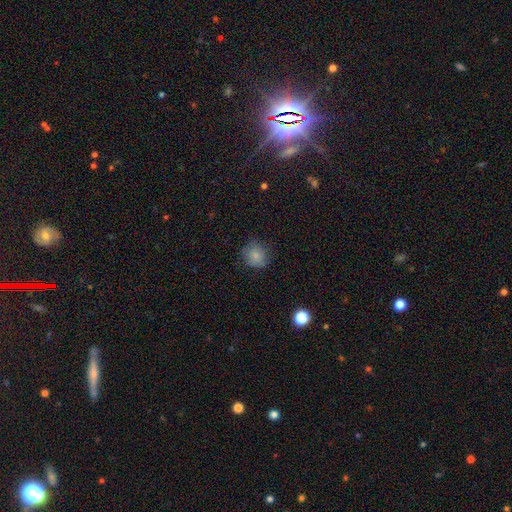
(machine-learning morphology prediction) smooth_or_featured: smooth (p=0.82) [alt: star or artifact p=0.10]
how_rounded: round (p=0.82) [alt: in between p=0.17]
merging: none (p=0.75) [alt: minor disturbance p=0.19]